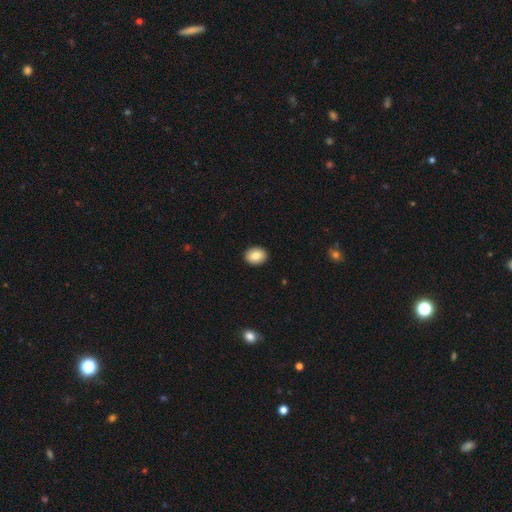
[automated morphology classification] smooth_or_featured: smooth (p=0.84) [alt: featured or disk p=0.08]
how_rounded: in between (p=0.56) [alt: round p=0.43]
merging: none (p=0.92) [alt: minor disturbance p=0.06]